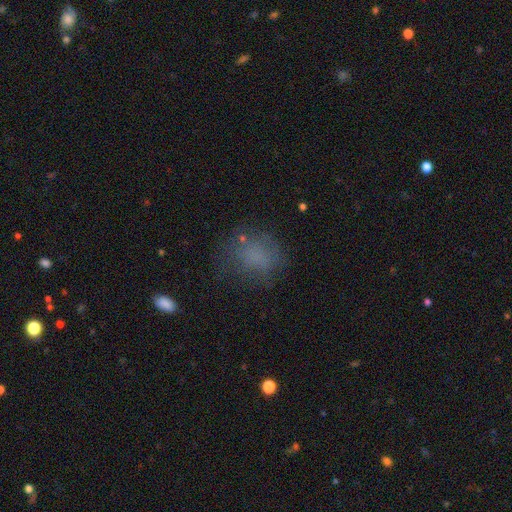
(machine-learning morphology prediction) This appears to be a smooth galaxy with no disk features (70%) that is round (63%). Merging: none (63%).